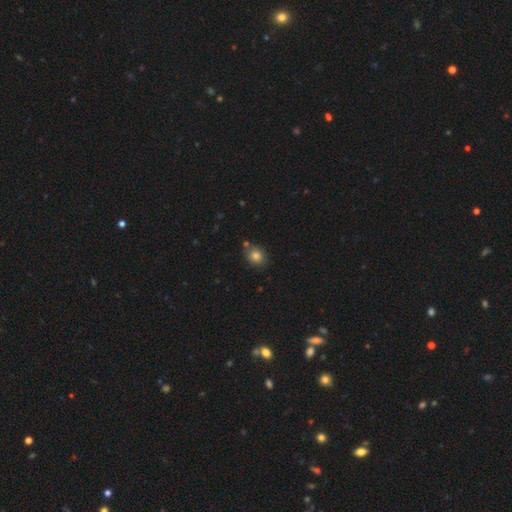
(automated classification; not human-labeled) Smooth or featured?
  - smooth: 82% *
  - star or artifact: 11%
  - featured or disk: 7%
How rounded?
  - round: 72% *
  - in between: 27%
  - cigar-shaped: 1%
Merging?
  - none: 74% *
  - minor disturbance: 13%
  - merger: 10%
  - major disturbance: 3%